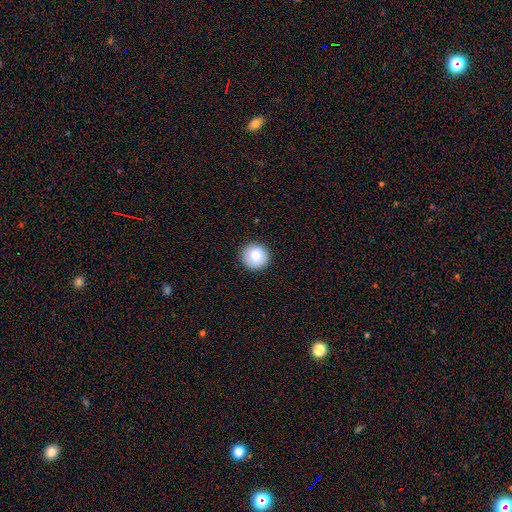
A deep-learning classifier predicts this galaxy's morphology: smooth-or-featured: smooth: 85% | featured or disk: 8% | star or artifact: 8%
  how-rounded: round: 94% | in between: 5% | cigar-shaped: 1%
  merging: none: 90% | minor disturbance: 7% | major disturbance: 2% | merger: 1%